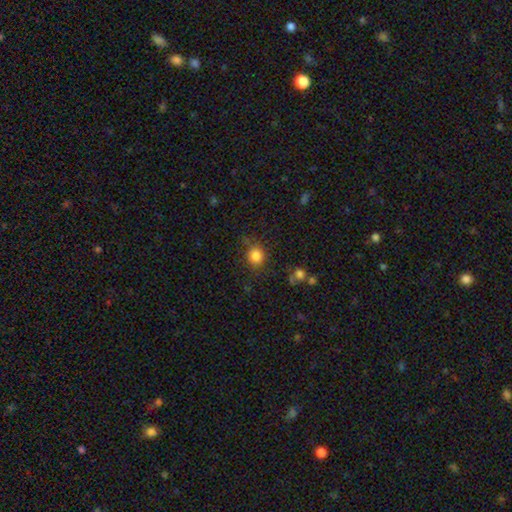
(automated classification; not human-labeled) A smooth galaxy with no disk features (84%) that is round (82%).

Vote fractions:
- Smooth or featured? smooth: 84% / star or artifact: 11% / featured or disk: 5%
- How rounded? round: 82% / in between: 17% / cigar-shaped: 1%
- Merging? none: 78% / minor disturbance: 14% / major disturbance: 5% / merger: 3%